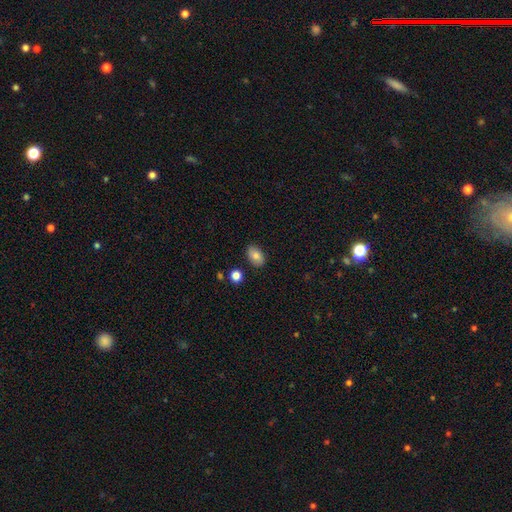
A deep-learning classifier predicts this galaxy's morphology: The model was most divided on "smooth or featured": smooth: 80%, featured or disk: 11%, star or artifact: 8%. More confident: how rounded — in between (87%); merging — none (86%).